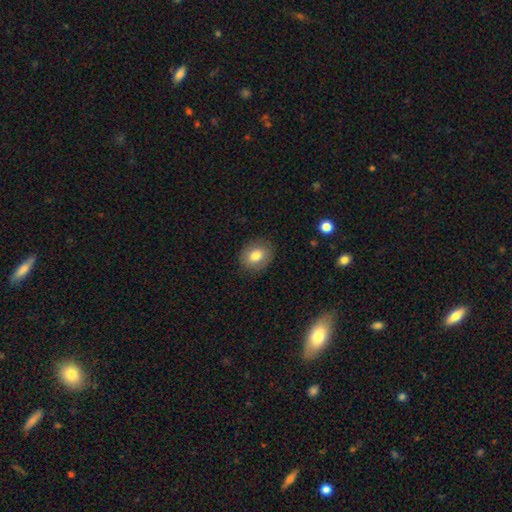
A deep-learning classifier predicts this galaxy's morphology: This appears to be a smooth galaxy with no disk features (79%) that is in between round and cigar-shaped (53%). Merging: none (85%).